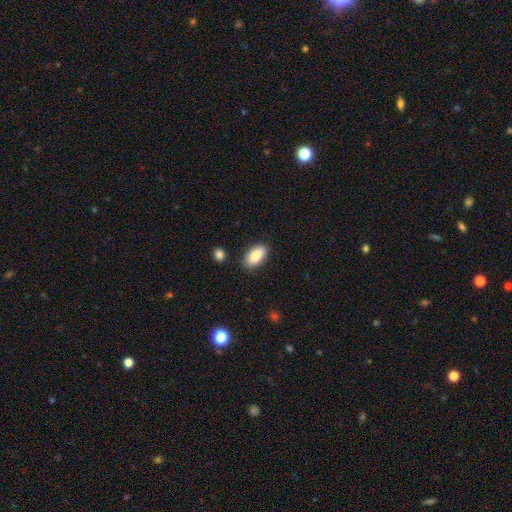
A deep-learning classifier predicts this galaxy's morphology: A smooth galaxy with no disk features (86%) that is in between round and cigar-shaped (92%). Merging: none (84%).